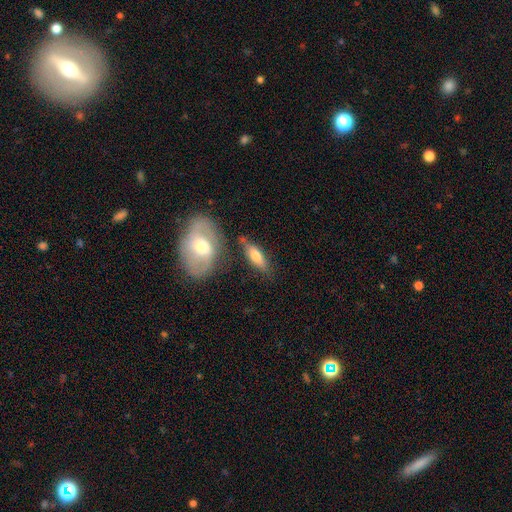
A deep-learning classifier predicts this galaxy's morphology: Smooth or featured? Predicted: smooth (p=0.63). How rounded? Predicted: in between (p=0.63). Merging? Predicted: none (p=0.63).